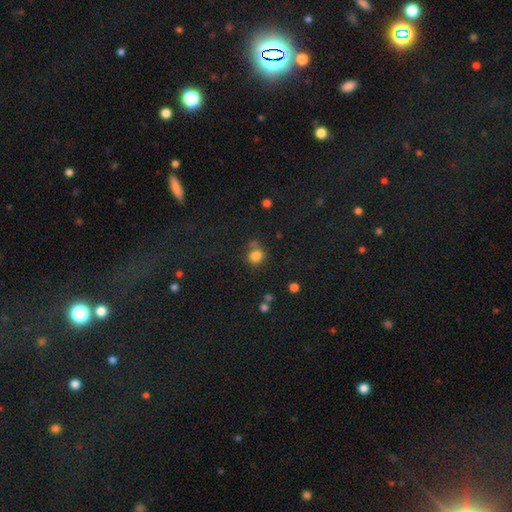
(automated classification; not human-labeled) Overall: smooth (81%). How rounded: round (83%). Merging: none (65%).